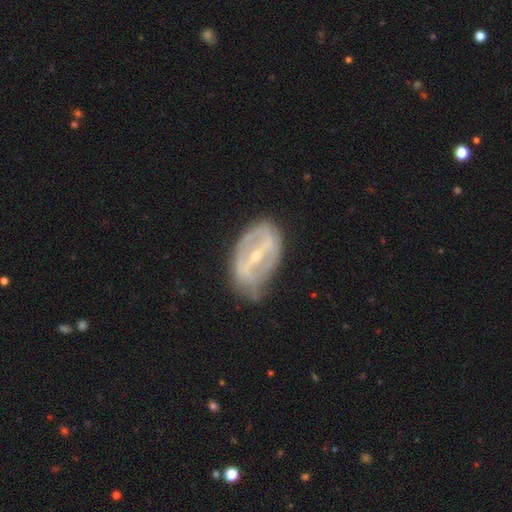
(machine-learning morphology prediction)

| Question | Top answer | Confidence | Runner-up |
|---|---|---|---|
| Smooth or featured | featured or disk | 78% | smooth (15%) |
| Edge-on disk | no | 90% | yes (10%) |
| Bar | strong | 70% | weak (22%) |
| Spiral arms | no | 52% | yes (48%) |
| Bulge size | small | 64% | moderate (32%) |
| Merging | none | 64% | minor disturbance (25%) |